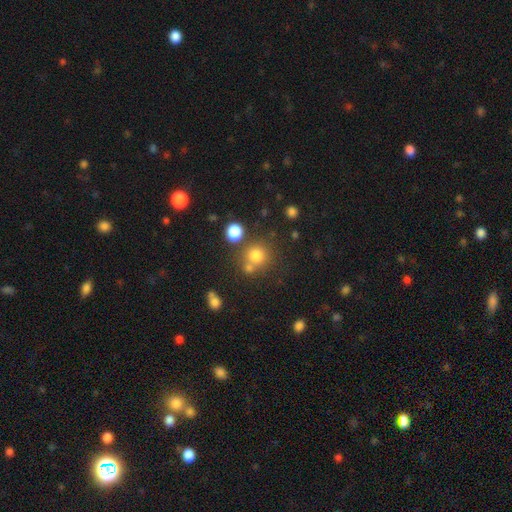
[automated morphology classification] Q: Smooth or featured?
A: smooth (76%); runner-up: star or artifact (16%)
Q: How rounded?
A: round (88%); runner-up: in between (11%)
Q: Merging?
A: none (65%); runner-up: merger (22%)